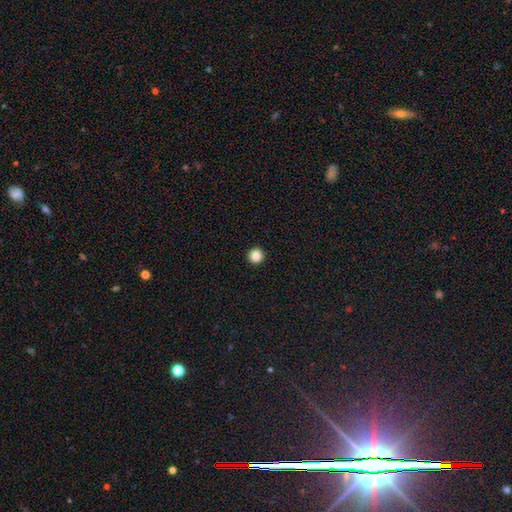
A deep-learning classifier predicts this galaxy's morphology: Smooth or featured? Predicted: smooth (p=0.86). How rounded? Predicted: round (p=0.97). Merging? Predicted: none (p=0.94).